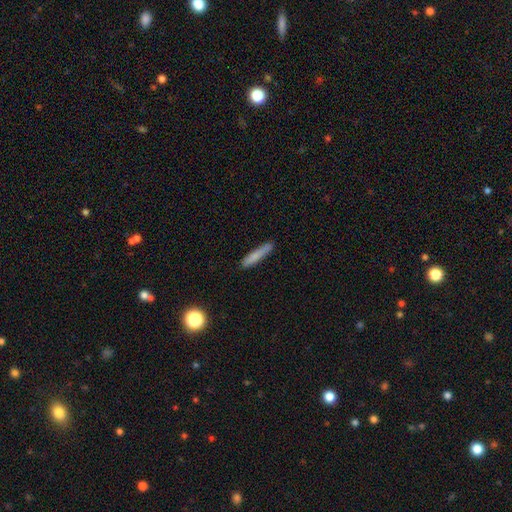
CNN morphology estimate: This appears to be a smooth galaxy with no disk features (78%) that is cigar-shaped (92%). Merging: none (83%).